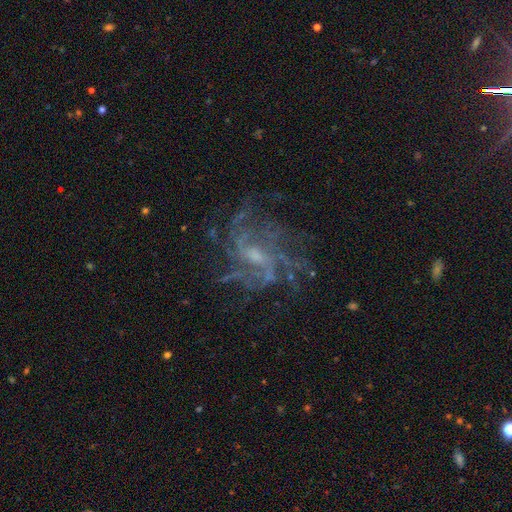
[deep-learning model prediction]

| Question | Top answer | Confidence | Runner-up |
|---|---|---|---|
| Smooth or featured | featured or disk | 81% | star or artifact (12%) |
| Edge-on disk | no | 97% | yes (3%) |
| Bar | no | 48% | weak (43%) |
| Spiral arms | yes | 88% | no (12%) |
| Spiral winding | medium | 44% | loose (28%) |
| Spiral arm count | can't tell | 32% | 4 (25%) |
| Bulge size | small | 52% | moderate (35%) |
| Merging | none | 63% | major disturbance (19%) |